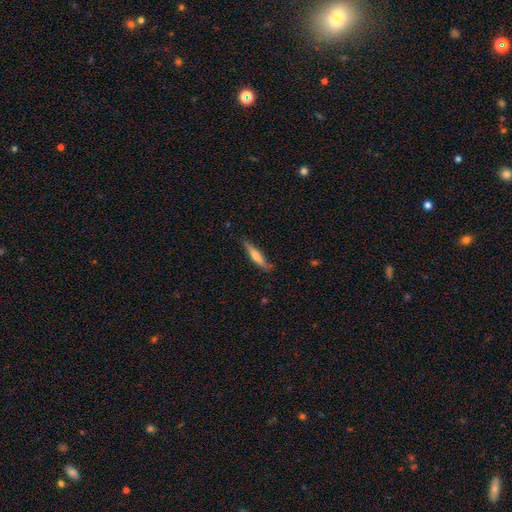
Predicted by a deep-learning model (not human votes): smooth-or-featured: smooth: 52% | featured or disk: 42% | star or artifact: 6%
  how-rounded: cigar-shaped: 89% | in between: 10% | round: 2%
  merging: none: 82% | minor disturbance: 14% | major disturbance: 2% | merger: 1%